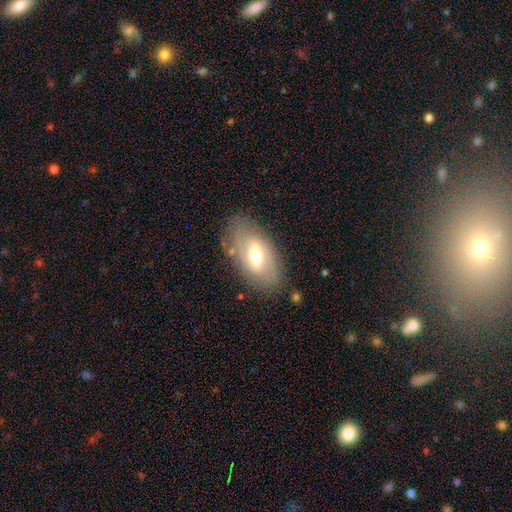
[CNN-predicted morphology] The model was most divided on "smooth or featured": smooth: 49%, featured or disk: 43%, star or artifact: 8%. More confident: merging — none (78%).